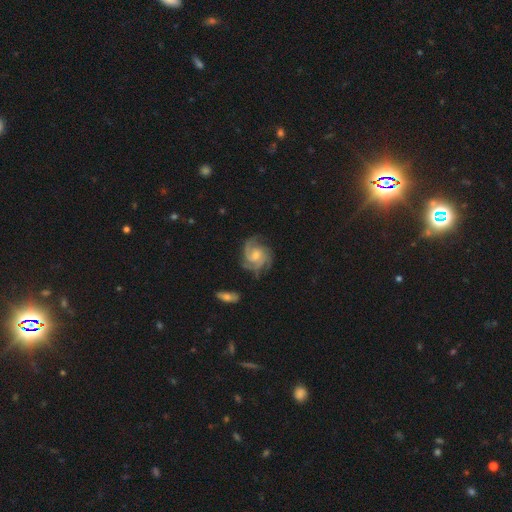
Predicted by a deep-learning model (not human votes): A featured or disk galaxy (89%) with no bar (58%), 3 (46%) tight (51%) spiral arms (98%) and a small central bulge (49%). Merging: none (71%).